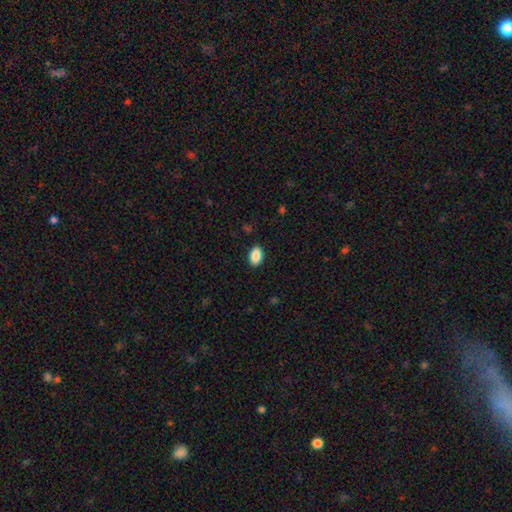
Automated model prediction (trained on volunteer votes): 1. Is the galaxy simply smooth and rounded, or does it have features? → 89% smooth, 7% star or artifact, 3% featured or disk.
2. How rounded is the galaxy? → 91% in between, 7% round, 2% cigar-shaped.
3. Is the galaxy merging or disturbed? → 89% none, 8% minor disturbance, 2% major disturbance, 1% merger.